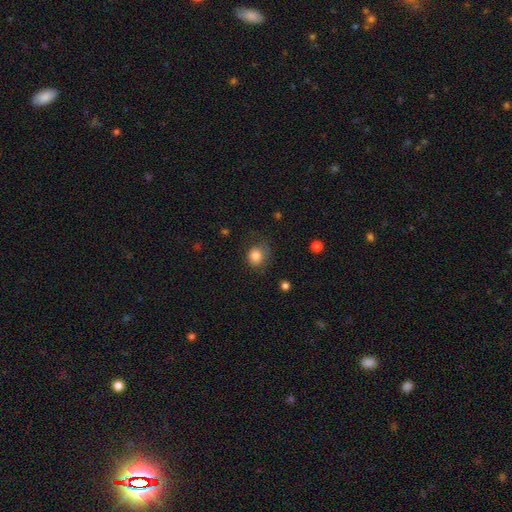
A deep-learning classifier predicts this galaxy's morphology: This appears to be a smooth galaxy with no disk features (83%) that is round (74%). Merging: none (62%).